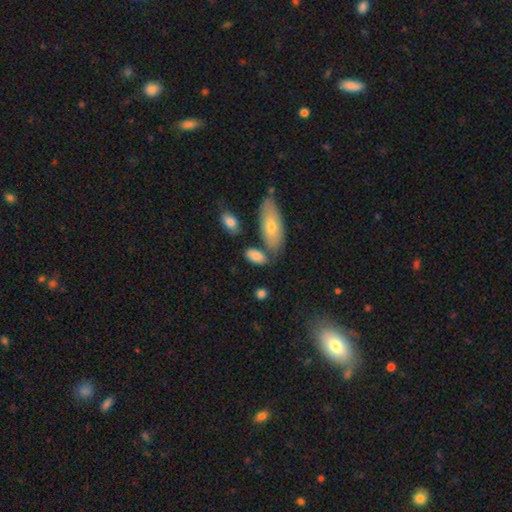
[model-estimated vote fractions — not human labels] Smooth or featured? smooth (81%)
How rounded? in between (88%)
Merging? none (60%)